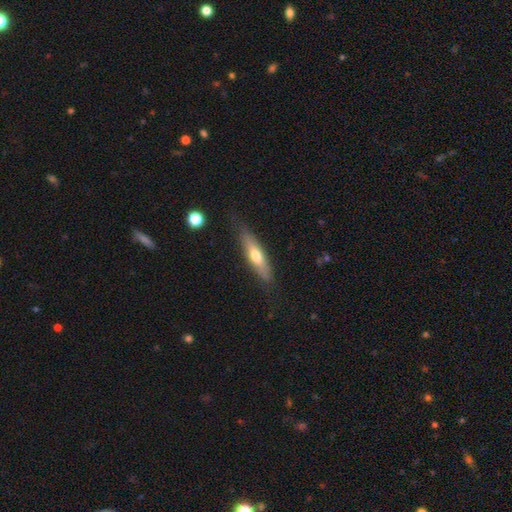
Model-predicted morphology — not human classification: smooth 57%, featured or disk 38%, star or artifact 6%. Down the decision tree: how rounded — cigar-shaped (68%); merging — none (78%).